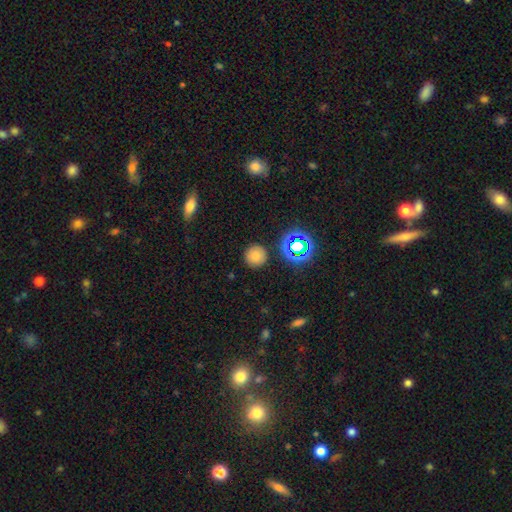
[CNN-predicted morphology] The model was most divided on "smooth or featured": smooth: 74%, star or artifact: 19%, featured or disk: 7%. More confident: how rounded — round (95%); merging — none (89%).